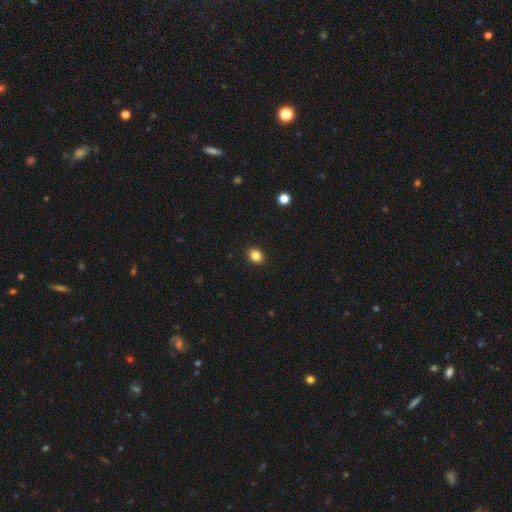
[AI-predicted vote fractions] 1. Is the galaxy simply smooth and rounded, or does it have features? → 85% smooth, 10% star or artifact, 4% featured or disk.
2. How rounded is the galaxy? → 59% in between, 40% round, 1% cigar-shaped.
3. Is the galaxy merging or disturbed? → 91% none, 6% minor disturbance, 2% major disturbance, 1% merger.